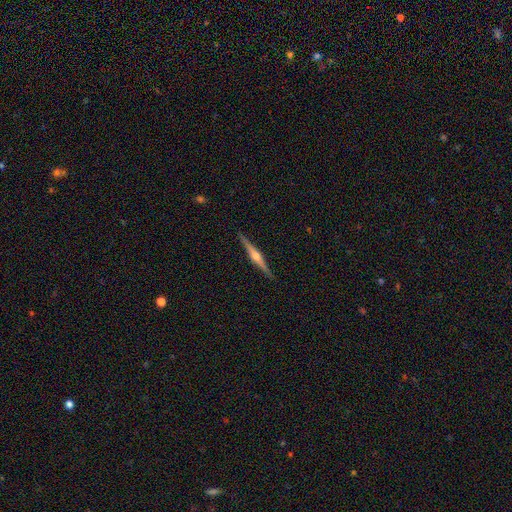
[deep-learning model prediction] featured or disk 83%, smooth 11%, star or artifact 5%. Down the decision tree: edge-on disk — yes (99%); edge-on bulge — rounded (90%); merging — none (92%).